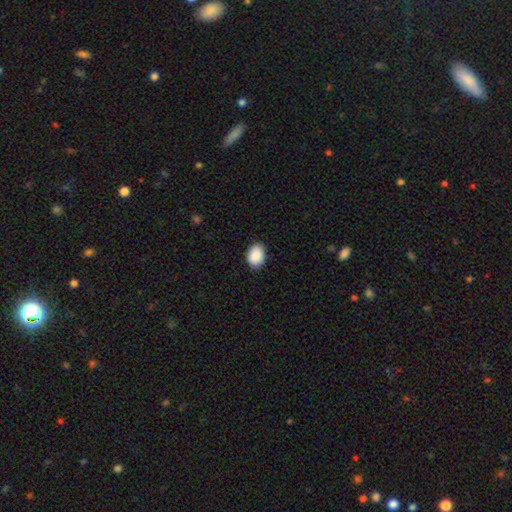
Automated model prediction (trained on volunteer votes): smooth_or_featured: smooth (p=0.90) [alt: star or artifact p=0.07]
how_rounded: in between (p=0.76) [alt: round p=0.23]
merging: none (p=0.85) [alt: minor disturbance p=0.12]